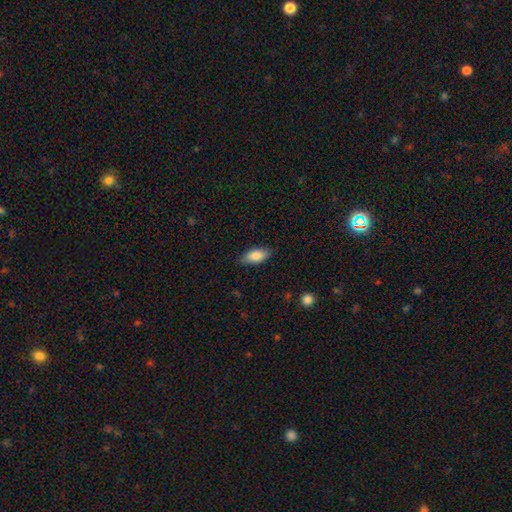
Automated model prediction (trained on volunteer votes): Smooth or featured?
  - smooth: 84% *
  - featured or disk: 9%
  - star or artifact: 7%
How rounded?
  - in between: 86% *
  - cigar-shaped: 12%
  - round: 2%
Merging?
  - none: 83% *
  - minor disturbance: 13%
  - major disturbance: 3%
  - merger: 1%